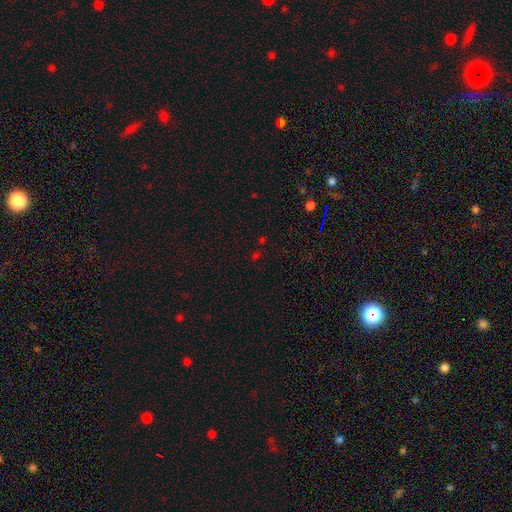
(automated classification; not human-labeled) The model was most divided on "smooth or featured": star or artifact: 55%, smooth: 38%, featured or disk: 7%.